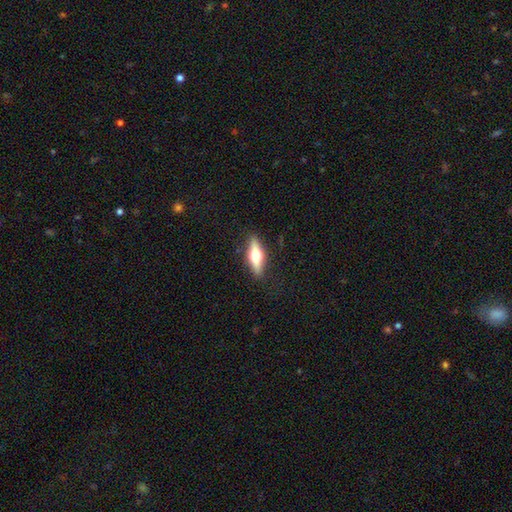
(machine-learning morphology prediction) smooth_or_featured: featured or disk (p=0.55) [alt: smooth p=0.39]
disk_edge_on: yes (p=0.93) [alt: no p=0.07]
edge_on_bulge: rounded (p=0.96) [alt: boxy p=0.03]
merging: none (p=0.88) [alt: minor disturbance p=0.09]